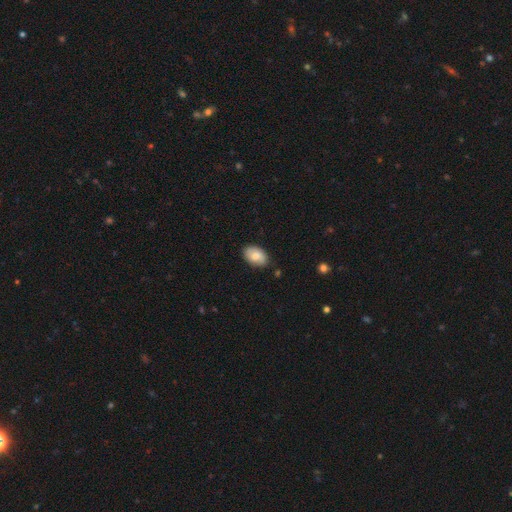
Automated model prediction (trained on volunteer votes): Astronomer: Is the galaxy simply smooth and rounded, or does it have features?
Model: smooth — 76%.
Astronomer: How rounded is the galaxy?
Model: in between — 89%.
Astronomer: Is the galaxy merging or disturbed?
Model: none — 82%.